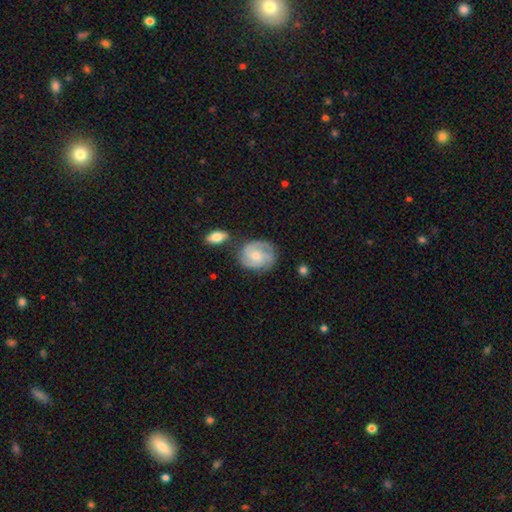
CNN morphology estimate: Overall: featured or disk (79%). Edge-on disk: no (98%). Bar: no (65%; weak 30%). Spiral arms: yes (96%). Spiral arm count: 2 (38%; 3 37%). Spiral winding: tight (52%; medium 39%). Bulge size: small (57%; moderate 37%). Merging: none (71%).